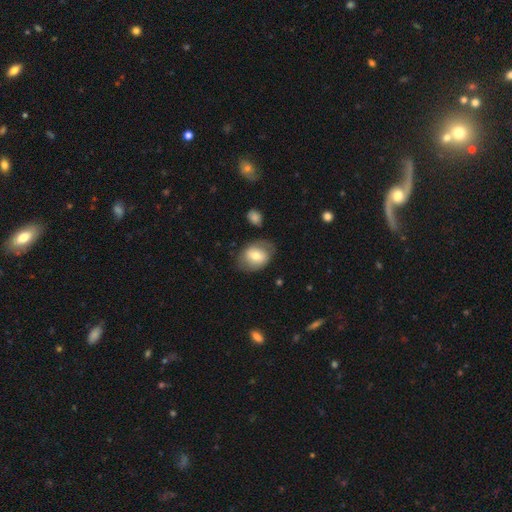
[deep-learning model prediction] smooth 64%, featured or disk 28%, star or artifact 7%. Down the decision tree: how rounded — in between (68%); merging — none (69%).